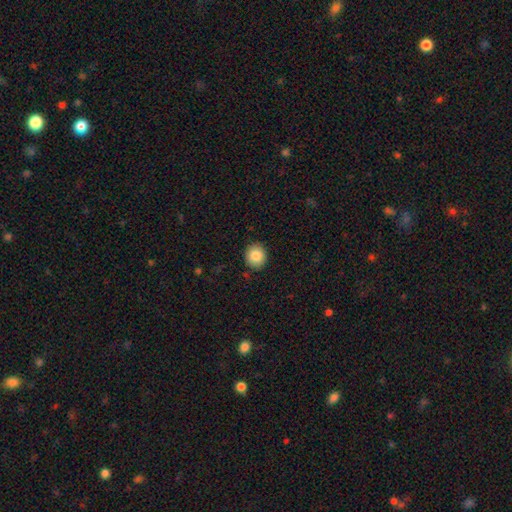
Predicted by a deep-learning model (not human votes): Smooth or featured: smooth — 86% (star or artifact — 8%)
How rounded: round — 81% (in between — 18%)
Merging: none — 89% (minor disturbance — 8%)